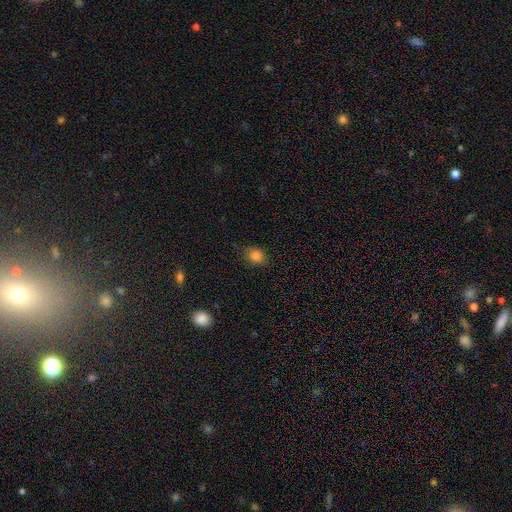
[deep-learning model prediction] This is clearly a smooth galaxy (82%). How rounded: possibly round (59%). Merging: likely none (80%).